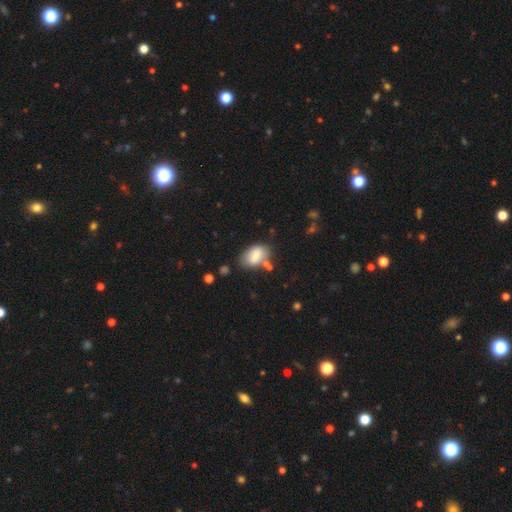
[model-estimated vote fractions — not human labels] Smooth or featured: smooth — 80% (featured or disk — 12%)
How rounded: in between — 90% (round — 9%)
Merging: none — 57% (minor disturbance — 23%)